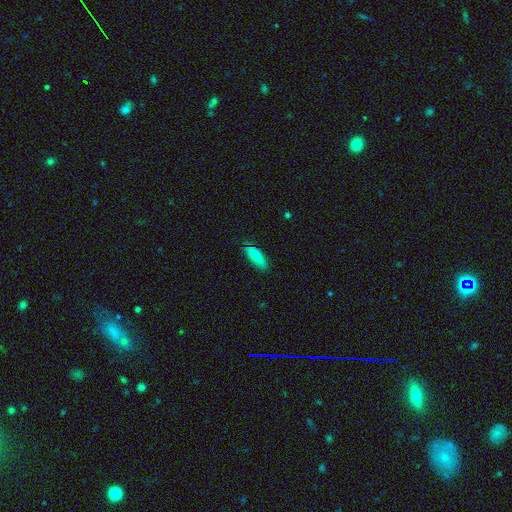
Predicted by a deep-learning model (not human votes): Overall: smooth (81%). How rounded: in between (67%; cigar-shaped 31%). Merging: none (80%).